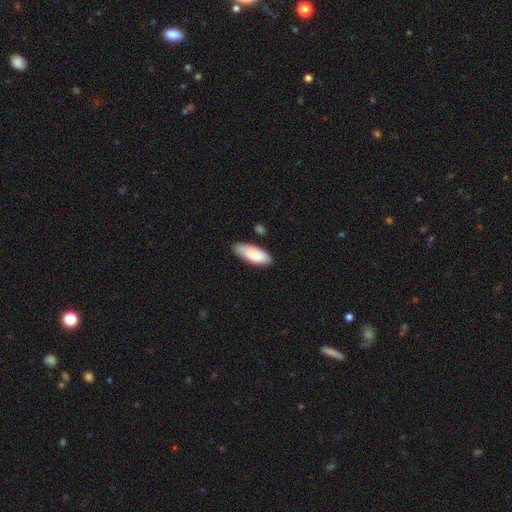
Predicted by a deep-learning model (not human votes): A smooth galaxy with no disk features (82%) that is in between round and cigar-shaped (76%).

Vote fractions:
- Smooth or featured? smooth: 82% / featured or disk: 12% / star or artifact: 6%
- How rounded? in between: 76% / cigar-shaped: 22% / round: 2%
- Merging? none: 77% / minor disturbance: 16% / merger: 4% / major disturbance: 3%